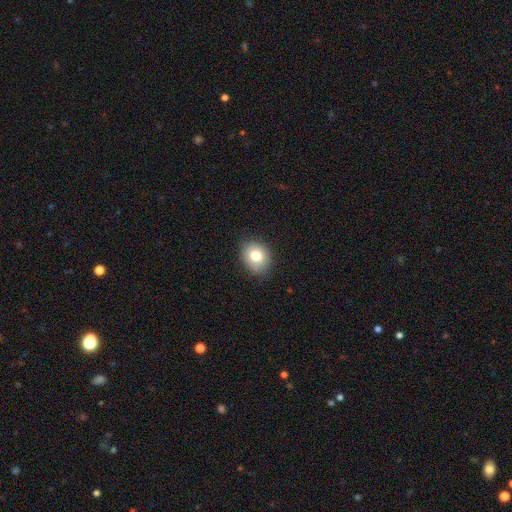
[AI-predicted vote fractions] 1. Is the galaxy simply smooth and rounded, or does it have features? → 79% smooth, 12% featured or disk, 10% star or artifact.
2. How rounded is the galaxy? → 58% round, 41% in between, 1% cigar-shaped.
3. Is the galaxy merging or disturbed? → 85% none, 12% minor disturbance, 3% major disturbance, 1% merger.